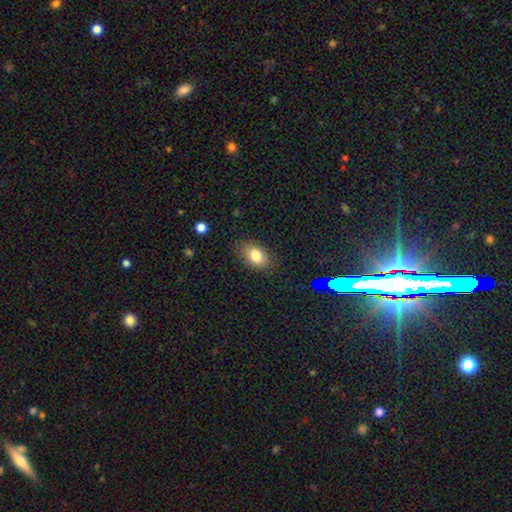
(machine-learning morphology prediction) This appears to be a smooth galaxy with no disk features (81%) that is in between round and cigar-shaped (85%). Merging: none (82%).